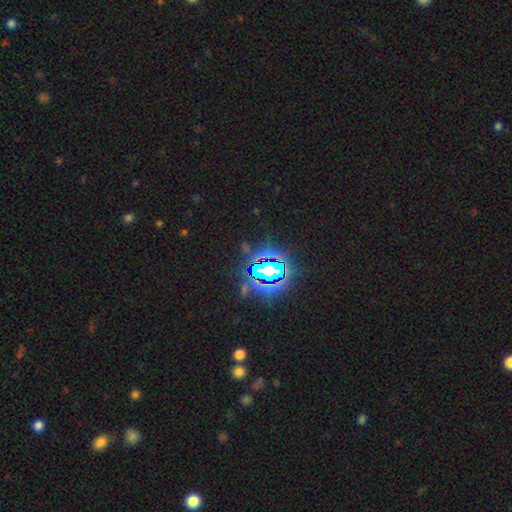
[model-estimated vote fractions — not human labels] A star or artifact, not a galaxy (83%).